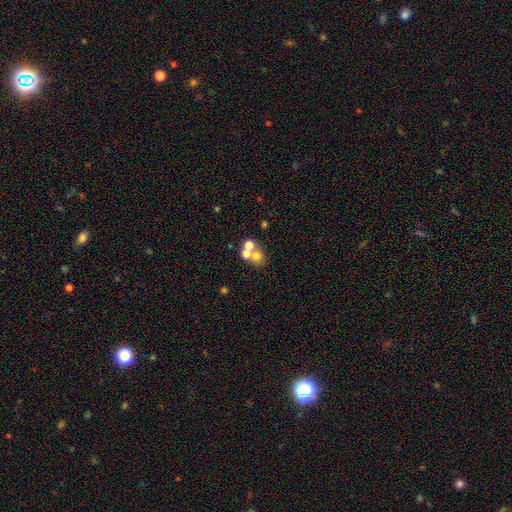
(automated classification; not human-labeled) Smooth or featured? Predicted: smooth (p=0.61). How rounded? Predicted: round (p=0.78). Merging? Predicted: merger (p=0.51).